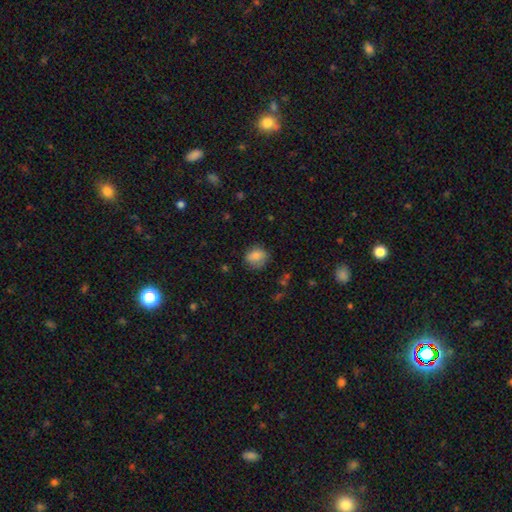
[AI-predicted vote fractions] A smooth galaxy with no disk features (80%) that is round (64%). Merging: none (73%).